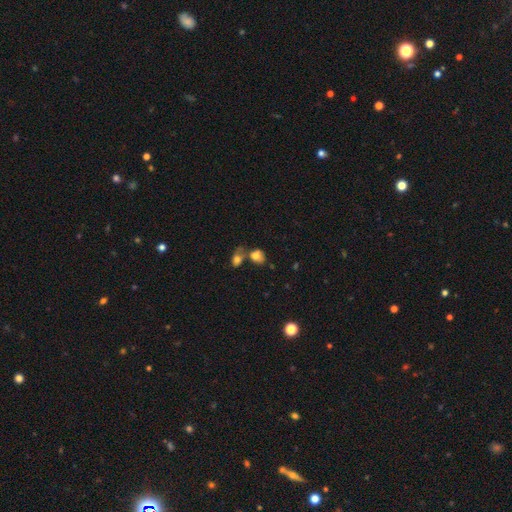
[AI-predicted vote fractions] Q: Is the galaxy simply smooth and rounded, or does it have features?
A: smooth — 76%.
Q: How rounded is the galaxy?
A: in between — 50%.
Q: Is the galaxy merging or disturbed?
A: merger — 45%.